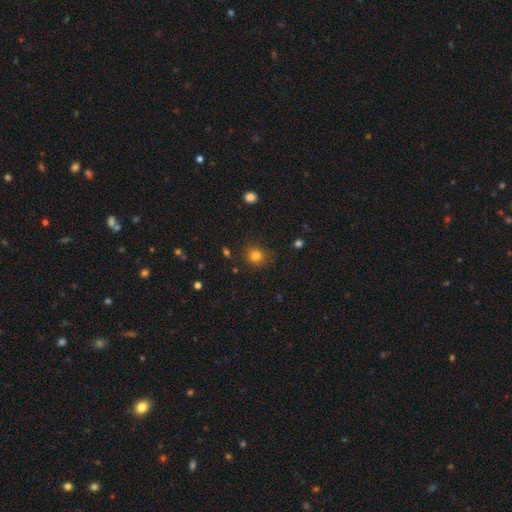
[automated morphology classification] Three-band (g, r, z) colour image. It shows a smooth galaxy with no disk features (81%) that is round (86%). Merging: none (84%).